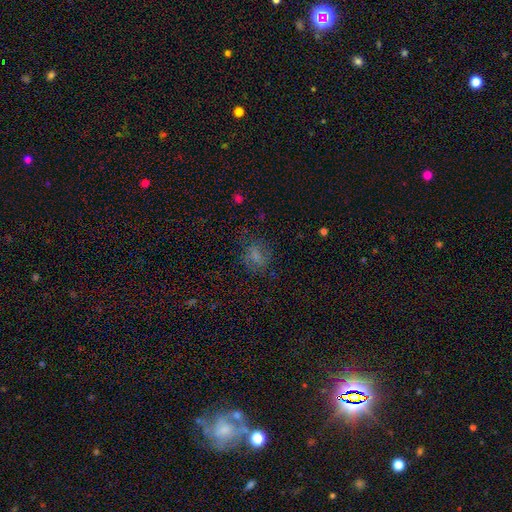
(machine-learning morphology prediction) smooth-or-featured: smooth: 63% | featured or disk: 19% | star or artifact: 19%
  how-rounded: round: 53% | in between: 45% | cigar-shaped: 2%
  merging: none: 68% | minor disturbance: 19% | major disturbance: 12% | merger: 2%